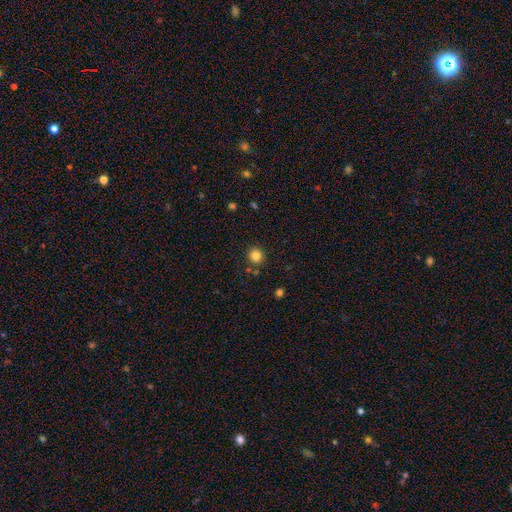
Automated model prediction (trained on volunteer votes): Overall: smooth (83%). How rounded: round (92%). Merging: none (86%).